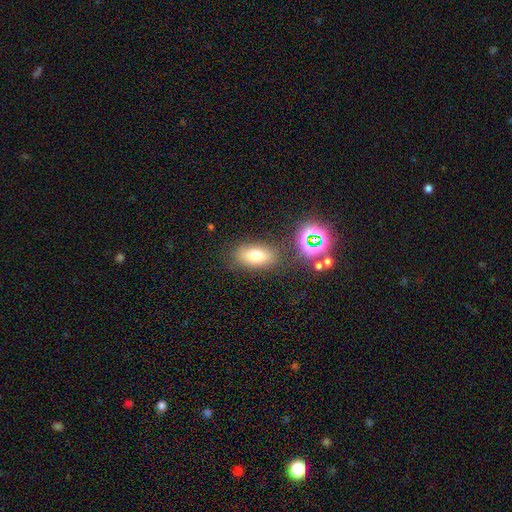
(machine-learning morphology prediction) type=smooth (71%); roundness=in between (85%); merging=none (79%).